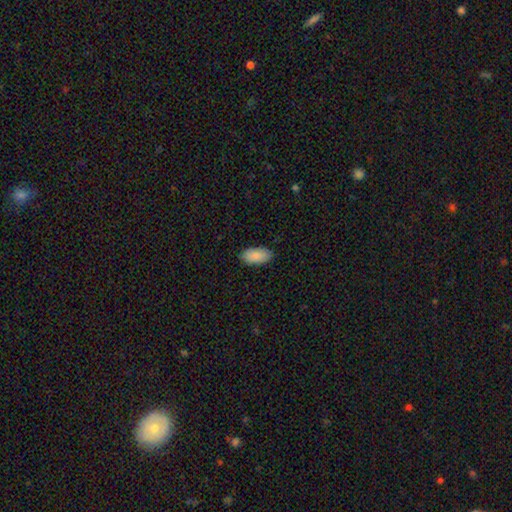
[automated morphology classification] Smooth or featured? smooth (88%)
How rounded? in between (94%)
Merging? none (87%)